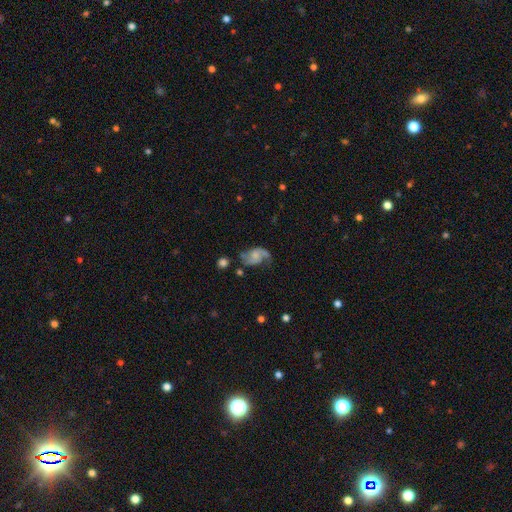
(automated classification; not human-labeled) This is likely a featured or disk galaxy (70%). It is clearly not viewed edge-on (97%). Bar: likely no (63%). Spiral arm pattern: clearly yes (89%). Spiral arm count: clearly 2 (83%). Spiral winding: possibly loose (53%). Central bulge: possibly small (47%). Merging: possibly none (49%).